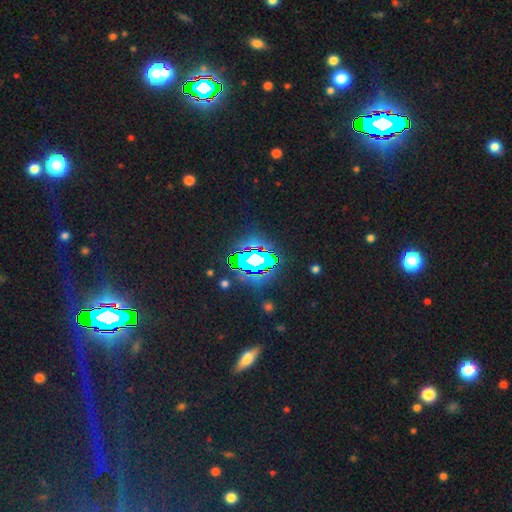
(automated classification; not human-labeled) smooth-or-featured: star or artifact: 79% | smooth: 11% | featured or disk: 10%